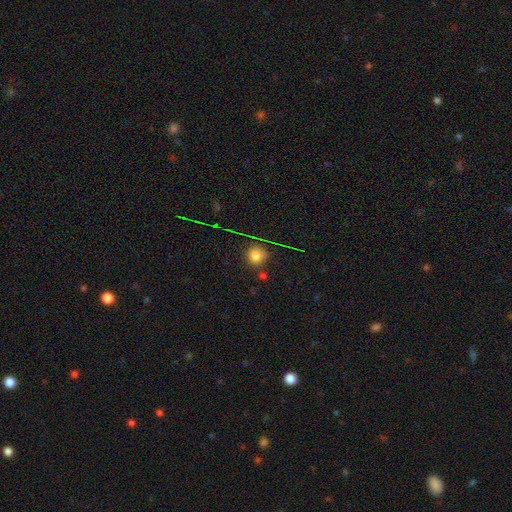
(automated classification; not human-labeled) A smooth galaxy with no disk features (78%) that is round (88%).

Vote fractions:
- Smooth or featured? smooth: 78% / star or artifact: 16% / featured or disk: 6%
- How rounded? round: 88% / in between: 10% / cigar-shaped: 1%
- Merging? none: 76% / minor disturbance: 13% / merger: 7% / major disturbance: 4%